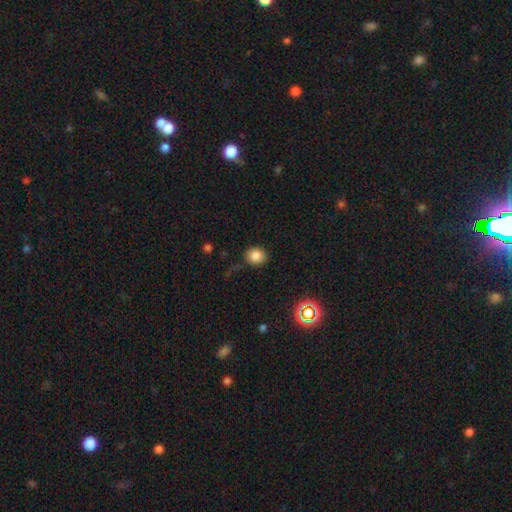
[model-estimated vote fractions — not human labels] This appears to be a smooth galaxy with no disk features (84%) that is round (70%). Merging: none (78%).